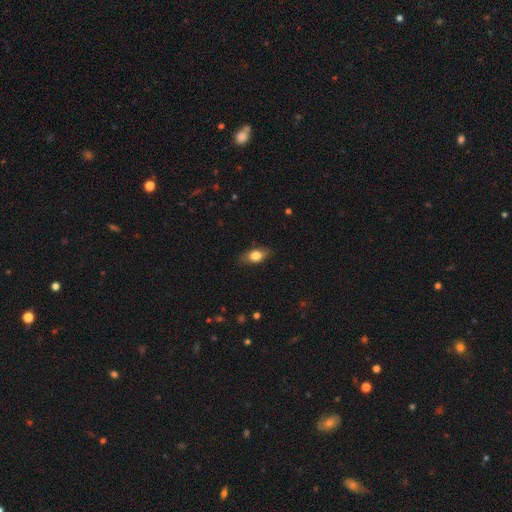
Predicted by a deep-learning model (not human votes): The model was most divided on "smooth or featured": smooth: 76%, featured or disk: 17%, star or artifact: 7%. More confident: merging — none (83%); how rounded — in between (83%).